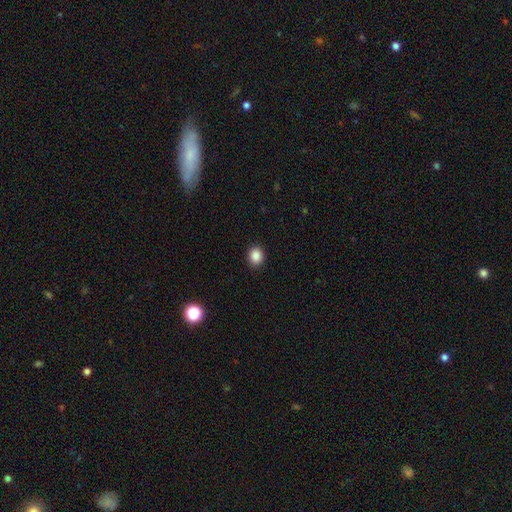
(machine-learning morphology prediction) smooth 87%, star or artifact 9%, featured or disk 3%. Down the decision tree: how rounded — round (72%); merging — none (91%).